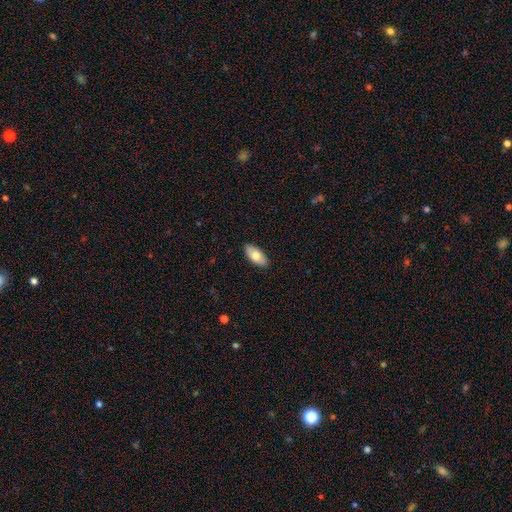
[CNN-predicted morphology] Smooth or featured: smooth — 74% (featured or disk — 20%)
How rounded: in between — 93% (cigar-shaped — 5%)
Merging: none — 89% (minor disturbance — 8%)